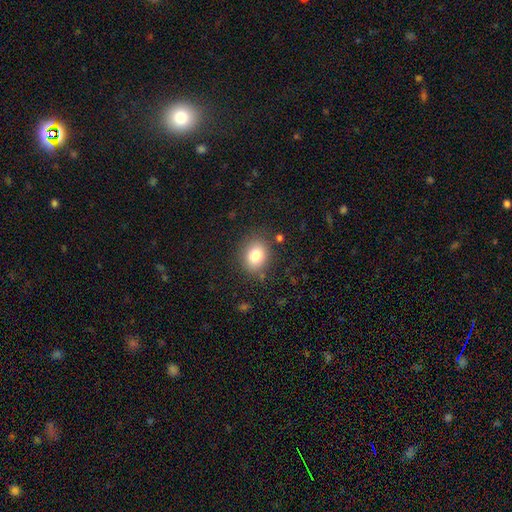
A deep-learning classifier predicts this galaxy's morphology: Smooth or featured?
  - smooth: 81% *
  - star or artifact: 10%
  - featured or disk: 9%
How rounded?
  - round: 54% *
  - in between: 45%
  - cigar-shaped: 1%
Merging?
  - none: 83% *
  - minor disturbance: 11%
  - major disturbance: 4%
  - merger: 2%